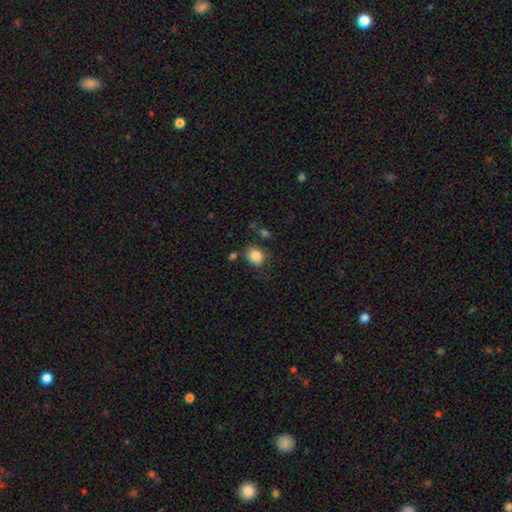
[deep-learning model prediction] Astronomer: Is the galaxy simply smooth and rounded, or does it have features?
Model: smooth — 86%.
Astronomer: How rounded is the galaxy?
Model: round — 60% (runner-up: in between, 39%).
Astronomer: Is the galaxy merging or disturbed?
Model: none — 73%.